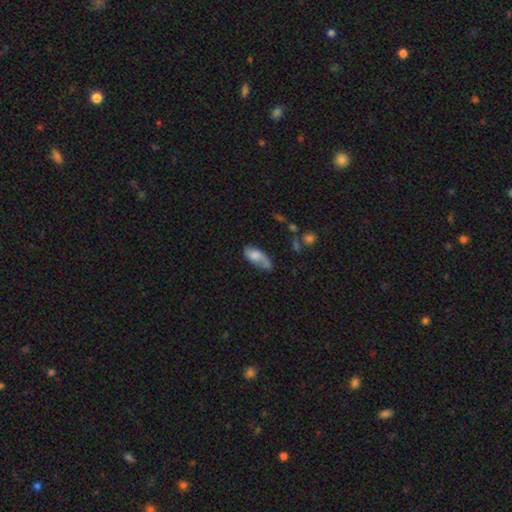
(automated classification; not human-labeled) Smooth or featured? Predicted: smooth (p=0.62). How rounded? Predicted: in between (p=0.84). Merging? Predicted: none (p=0.45).